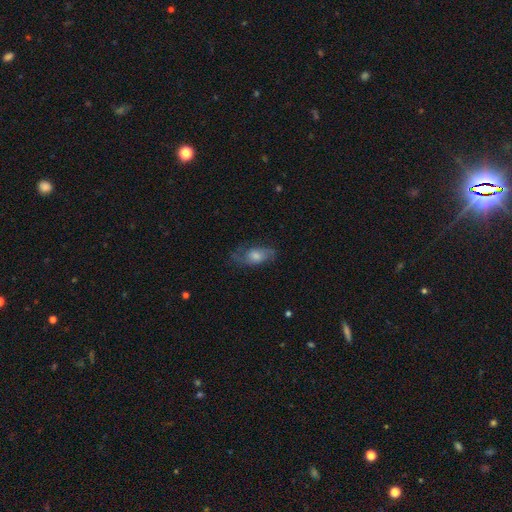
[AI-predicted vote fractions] Morphology: type=featured or disk (54%); edge-on=no (89%); merging=none (63%).